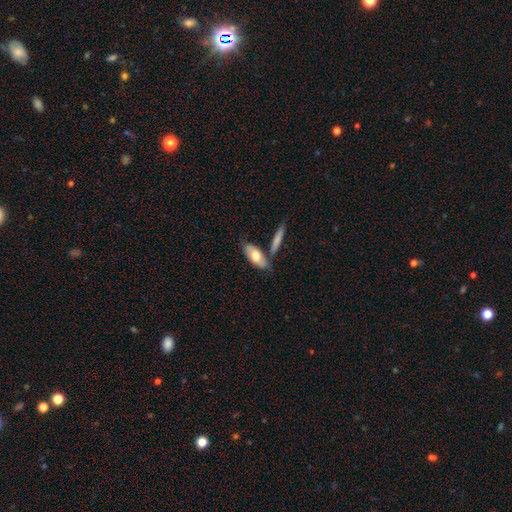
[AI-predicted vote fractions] smooth_or_featured: smooth (p=0.70) [alt: featured or disk p=0.25]
how_rounded: in between (p=0.80) [alt: cigar-shaped p=0.18]
merging: none (p=0.64) [alt: merger p=0.17]